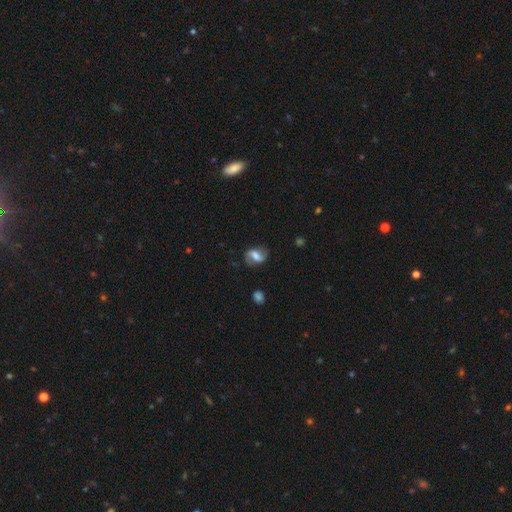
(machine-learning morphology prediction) Smooth or featured: featured or disk — 64% (smooth — 29%)
Edge-on disk: no — 96% (yes — 4%)
Bar: strong — 40% (tied with weak — 40%)
Spiral arms: yes — 86% (no — 14%)
Spiral winding: loose — 47% (medium — 38%)
Spiral arm count: 2 — 89% (can't tell — 5%)
Bulge size: moderate — 43% (large — 23%)
Merging: none — 76% (minor disturbance — 16%)